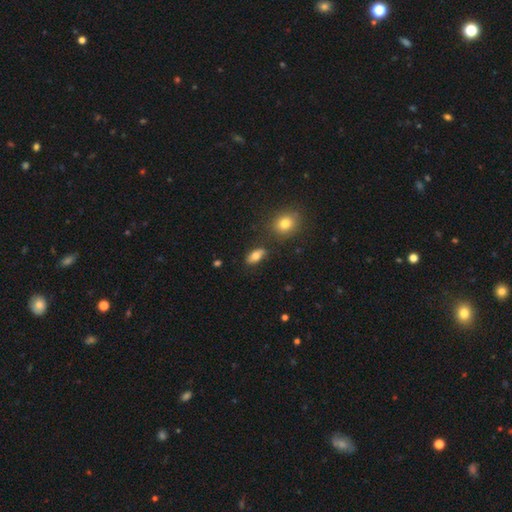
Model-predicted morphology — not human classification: smooth-or-featured: smooth: 73% | featured or disk: 18% | star or artifact: 9%
  how-rounded: in between: 84% | cigar-shaped: 9% | round: 7%
  merging: none: 78% | minor disturbance: 13% | merger: 6% | major disturbance: 3%